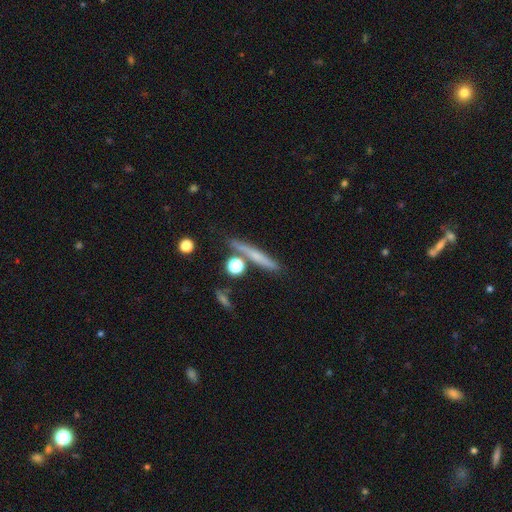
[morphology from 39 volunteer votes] Smooth or featured?
  - smooth: 54% *
  - featured or disk: 36%
  - star or artifact: 10%
How rounded?
  - cigar-shaped: 67% *
  - round: 29%
  - in between: 5%
Merging?
  - none: 69% *
  - minor disturbance: 11%
  - major disturbance: 11%
  - merger: 9%